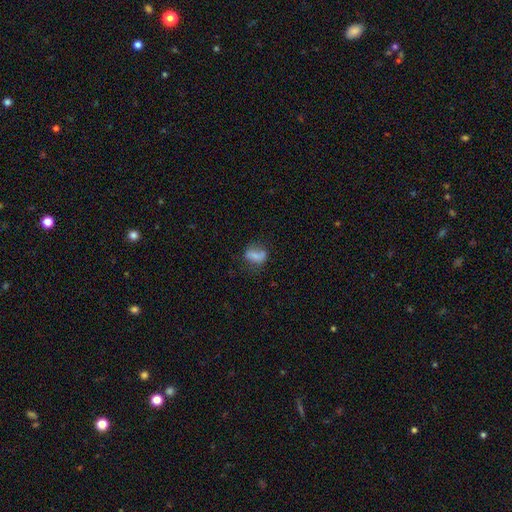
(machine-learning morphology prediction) A smooth galaxy with no disk features (69%) that is in between round and cigar-shaped (71%). Merging: none (53%).